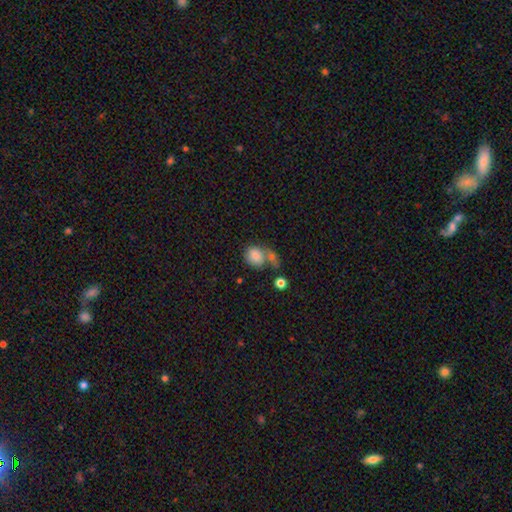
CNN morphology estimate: Smooth or featured? Predicted: smooth (p=0.78). How rounded? Predicted: round (p=0.51). Merging? Predicted: merger (p=0.42).